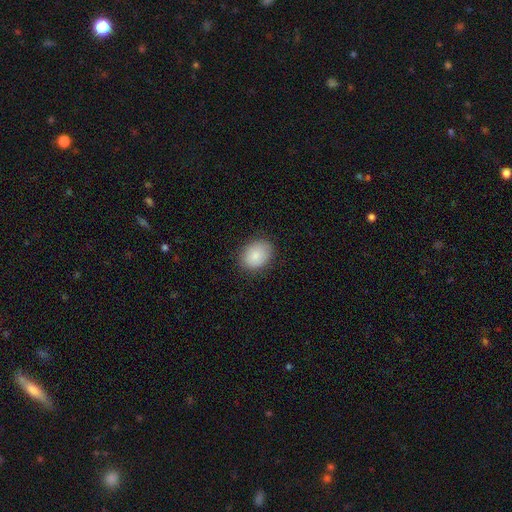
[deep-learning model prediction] A smooth galaxy with no disk features (86%) that is in between round and cigar-shaped (69%).

Vote fractions:
- Smooth or featured? smooth: 86% / star or artifact: 7% / featured or disk: 6%
- How rounded? in between: 69% / round: 30% / cigar-shaped: 1%
- Merging? none: 85% / minor disturbance: 11% / major disturbance: 3% / merger: 1%